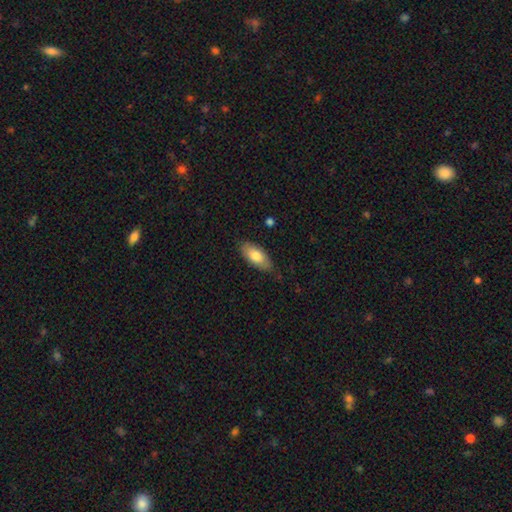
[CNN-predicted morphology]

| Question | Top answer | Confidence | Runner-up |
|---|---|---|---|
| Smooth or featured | smooth | 78% | featured or disk (16%) |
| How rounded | in between | 88% | cigar-shaped (10%) |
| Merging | none | 81% | minor disturbance (15%) |